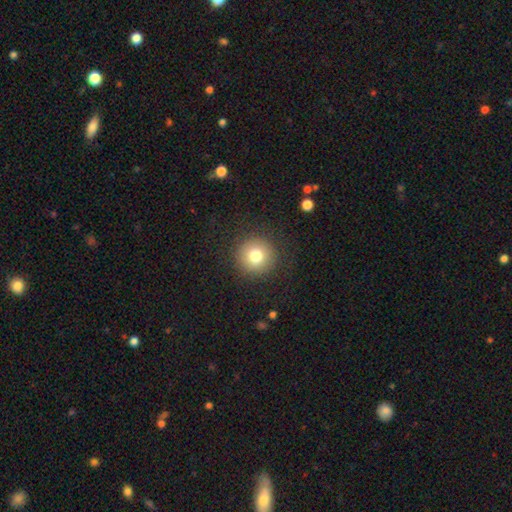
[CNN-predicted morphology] A smooth galaxy with no disk features (78%) that is round (95%).

Vote fractions:
- Smooth or featured? smooth: 78% / star or artifact: 11% / featured or disk: 11%
- How rounded? round: 95% / in between: 4% / cigar-shaped: 1%
- Merging? none: 90% / minor disturbance: 6% / major disturbance: 3% / merger: 1%